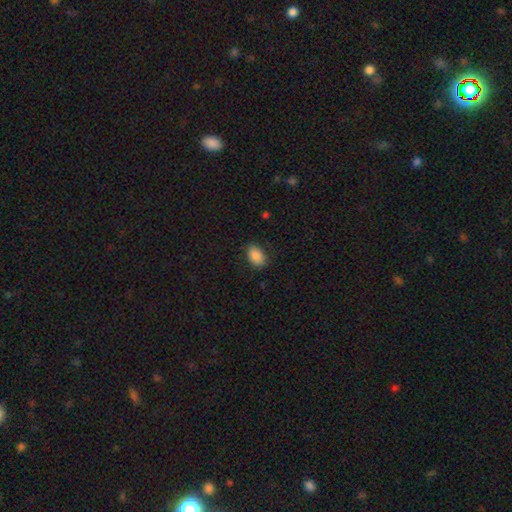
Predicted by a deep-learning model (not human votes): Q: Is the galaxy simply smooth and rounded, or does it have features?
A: smooth — 88%.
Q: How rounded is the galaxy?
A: in between — 89%.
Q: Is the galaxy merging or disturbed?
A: none — 83%.